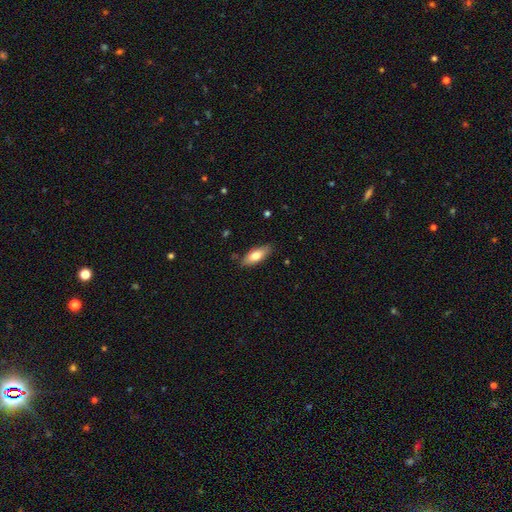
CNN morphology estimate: This is likely a smooth galaxy (72%). How rounded: likely in between (71%). Merging: clearly none (85%).